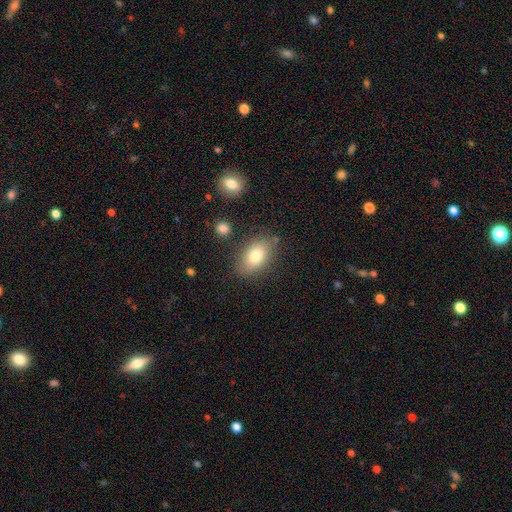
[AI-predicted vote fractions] Smooth or featured? smooth (78%)
How rounded? in between (87%)
Merging? none (79%)